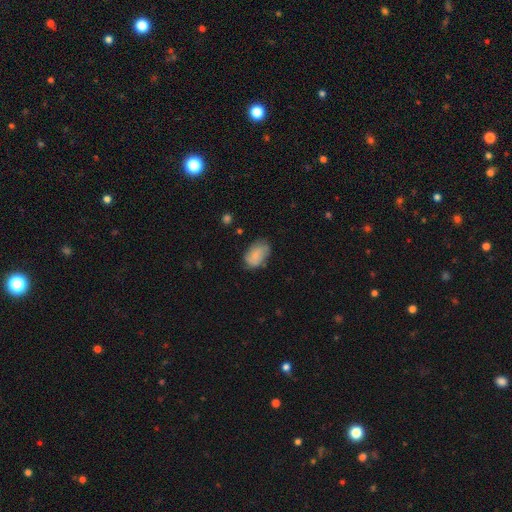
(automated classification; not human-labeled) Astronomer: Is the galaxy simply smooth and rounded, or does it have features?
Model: smooth — 79%.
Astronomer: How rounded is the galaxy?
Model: in between — 89%.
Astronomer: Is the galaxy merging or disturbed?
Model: none — 64%.